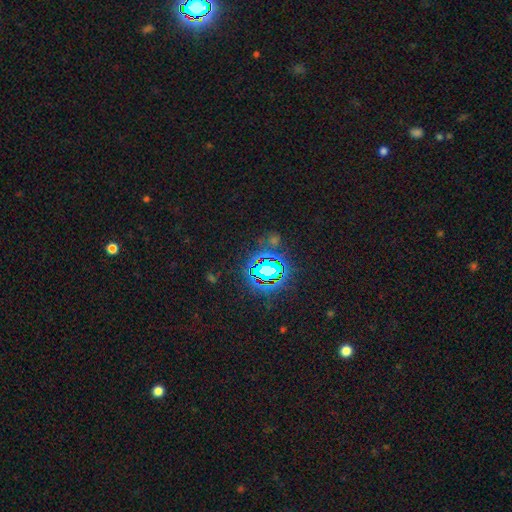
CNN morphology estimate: Q: Smooth or featured?
A: star or artifact (77%); runner-up: smooth (15%)